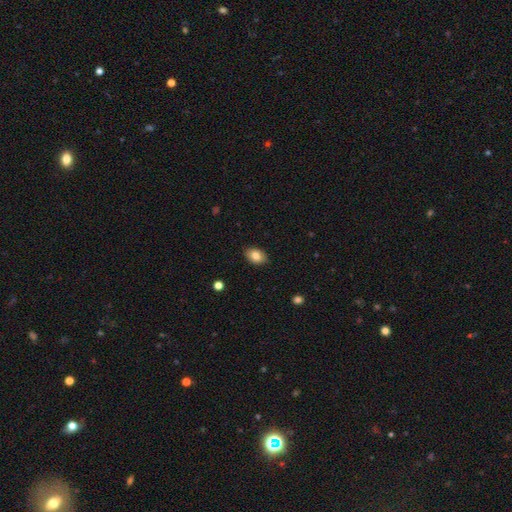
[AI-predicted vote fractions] Morphology: type=smooth (83%); roundness=in between (84%); merging=none (88%).